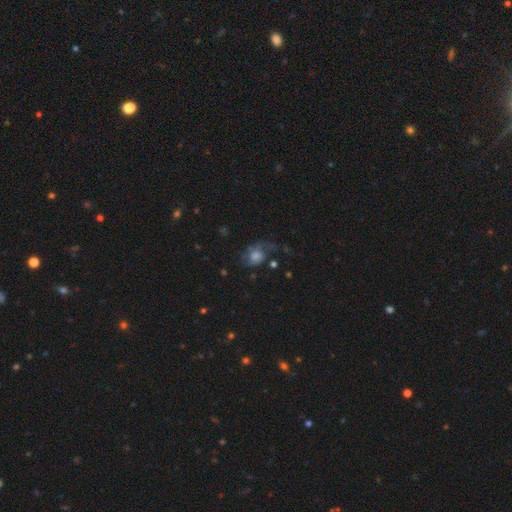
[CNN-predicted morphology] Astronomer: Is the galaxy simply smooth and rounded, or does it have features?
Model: featured or disk — 48% (runner-up: smooth, 37%).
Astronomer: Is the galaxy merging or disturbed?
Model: major disturbance — 40% (runner-up: none, 35%).